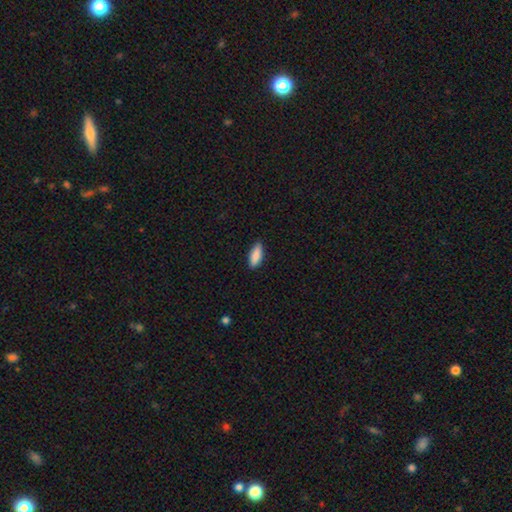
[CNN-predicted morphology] This appears to be a smooth galaxy with no disk features (87%) that is in between round and cigar-shaped (63%). Merging: none (86%).